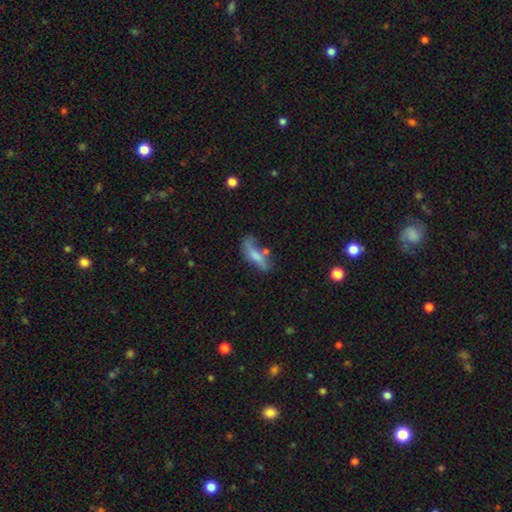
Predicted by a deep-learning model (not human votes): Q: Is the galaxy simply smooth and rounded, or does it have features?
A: smooth — 63%.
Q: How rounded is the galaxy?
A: in between — 50%.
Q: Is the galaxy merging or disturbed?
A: none — 42%.